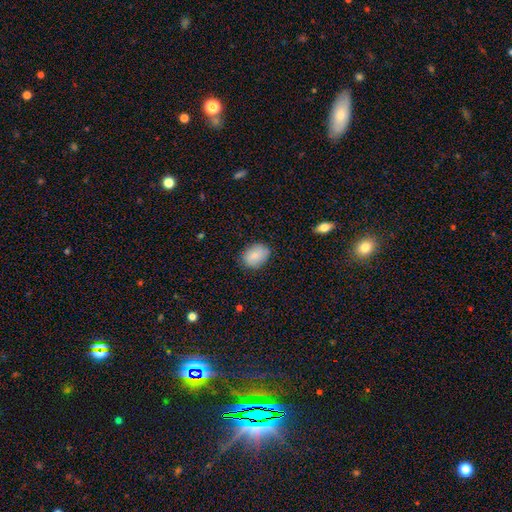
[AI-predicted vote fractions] Morphology: type=smooth (85%); roundness=in between (71%); merging=none (81%).